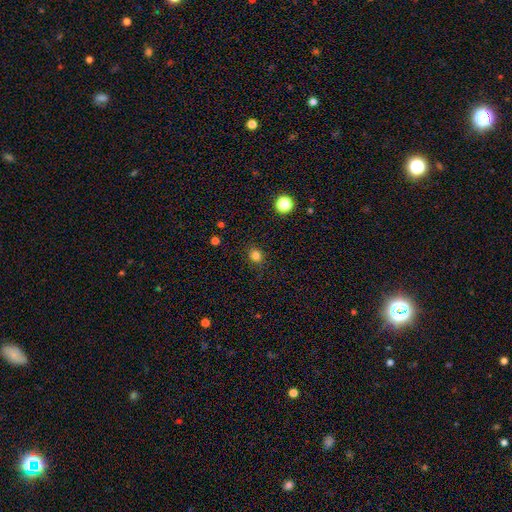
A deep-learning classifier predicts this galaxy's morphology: Overall: smooth (82%). How rounded: round (85%). Merging: none (88%).